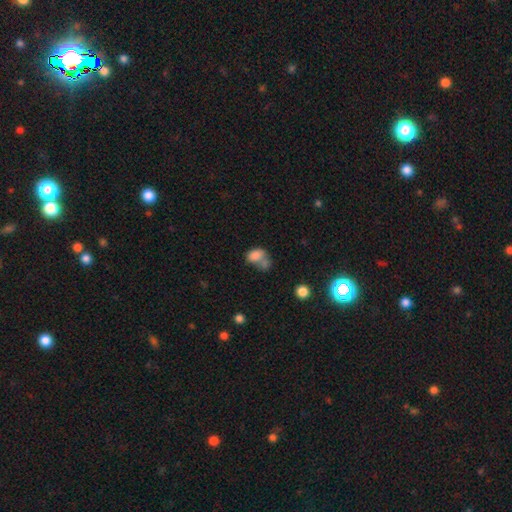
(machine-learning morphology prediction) Smooth or featured: smooth — 77% (featured or disk — 12%)
How rounded: in between — 77% (round — 22%)
Merging: merger — 48% (none — 24%)